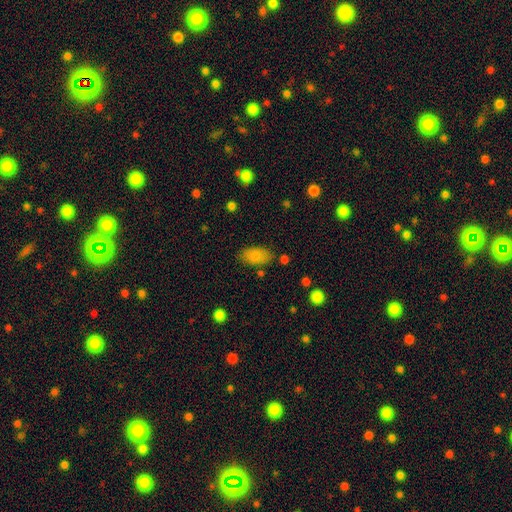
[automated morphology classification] A smooth galaxy with no disk features (85%) that is in between round and cigar-shaped (93%). Merging: none (79%).